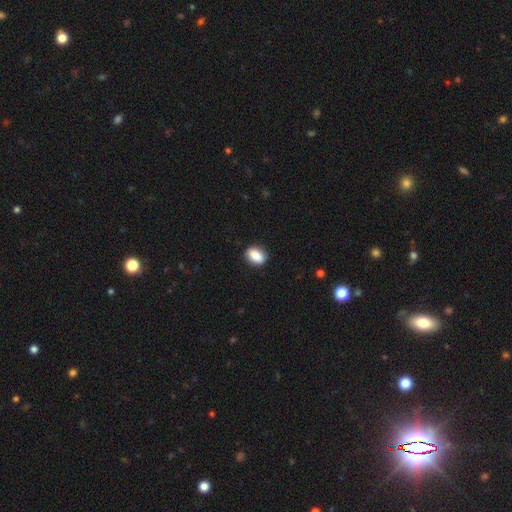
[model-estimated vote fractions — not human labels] Smooth or featured: smooth — 88% (star or artifact — 7%)
How rounded: in between — 84% (round — 13%)
Merging: none — 88% (minor disturbance — 9%)